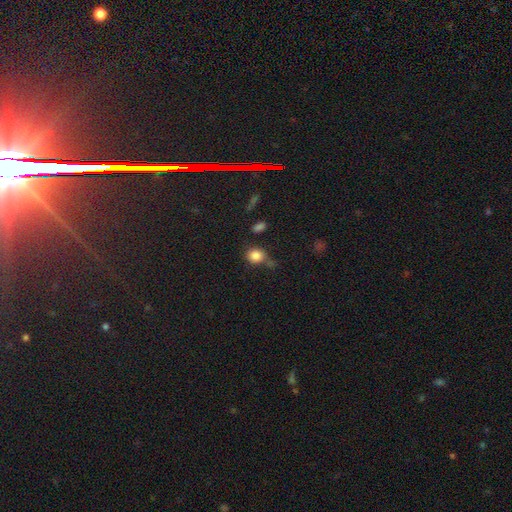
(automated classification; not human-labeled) This is clearly a smooth galaxy (84%). How rounded: likely round (70%). Merging: possibly none (58%).